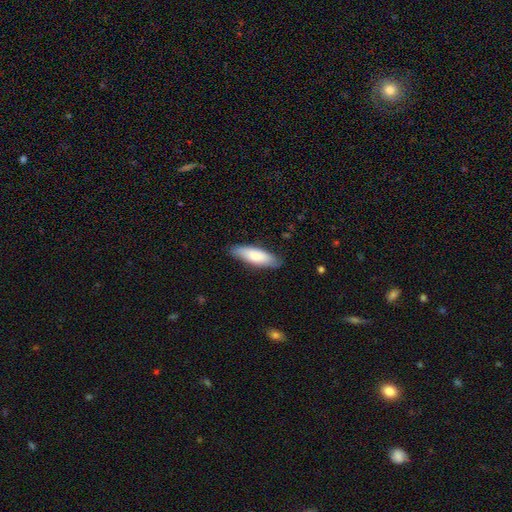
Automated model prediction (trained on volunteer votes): Q: Smooth or featured?
A: smooth (80%); runner-up: featured or disk (15%)
Q: How rounded?
A: in between (52%); runner-up: cigar-shaped (46%)
Q: Merging?
A: none (83%); runner-up: minor disturbance (14%)